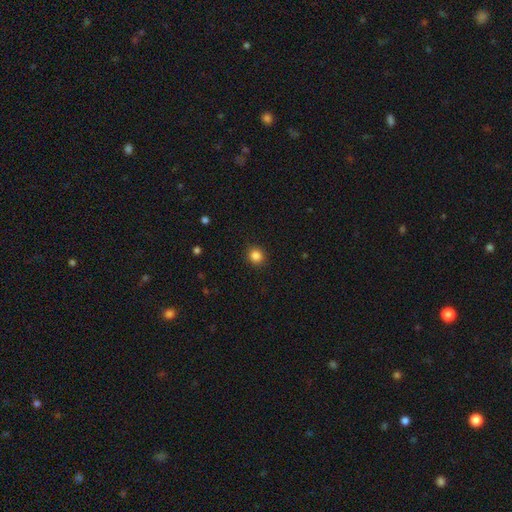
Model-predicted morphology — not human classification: smooth 85%, star or artifact 11%, featured or disk 3%. Down the decision tree: how rounded — round (88%); merging — none (91%).